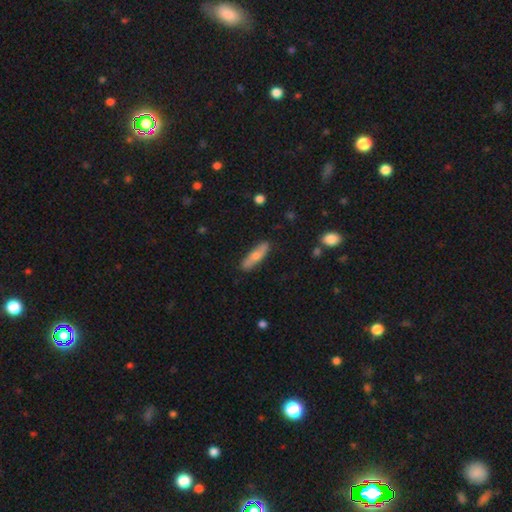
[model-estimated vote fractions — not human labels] Smooth or featured?
  - smooth: 59% *
  - featured or disk: 35%
  - star or artifact: 6%
How rounded?
  - cigar-shaped: 71% *
  - in between: 27%
  - round: 2%
Merging?
  - none: 85% *
  - minor disturbance: 11%
  - major disturbance: 2%
  - merger: 2%